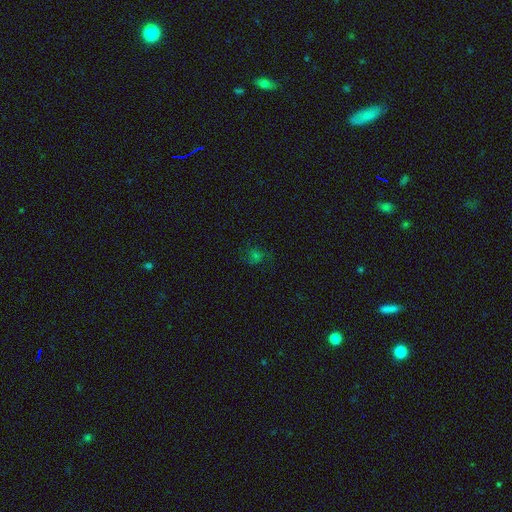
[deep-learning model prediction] Smooth or featured? Predicted: smooth (p=0.38). Merging? Predicted: none (p=0.74).